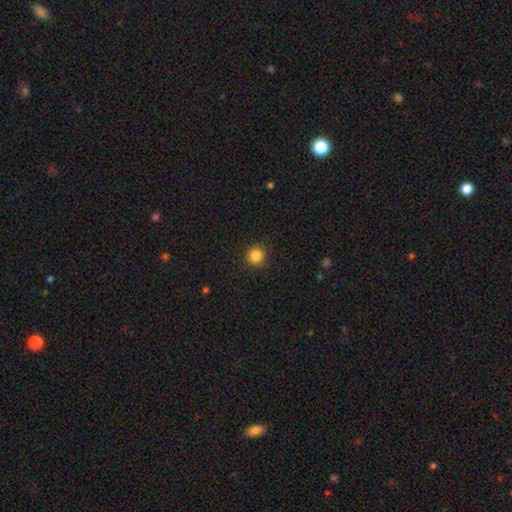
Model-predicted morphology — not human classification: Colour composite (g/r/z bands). It shows a smooth galaxy with no disk features (85%) that is round (92%). Merging: none (92%).